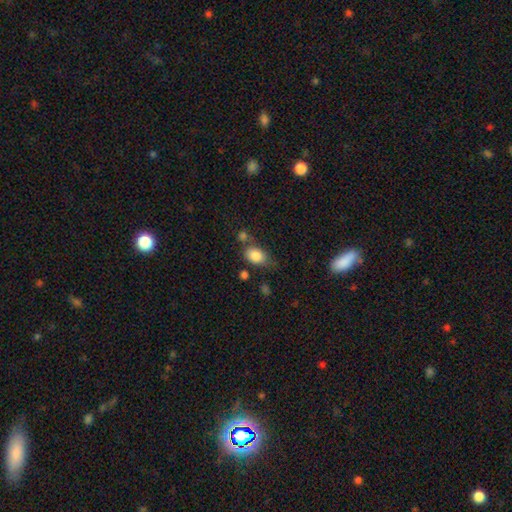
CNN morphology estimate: smooth 83%, featured or disk 9%, star or artifact 8%. Down the decision tree: how rounded — in between (82%); merging — none (54%).